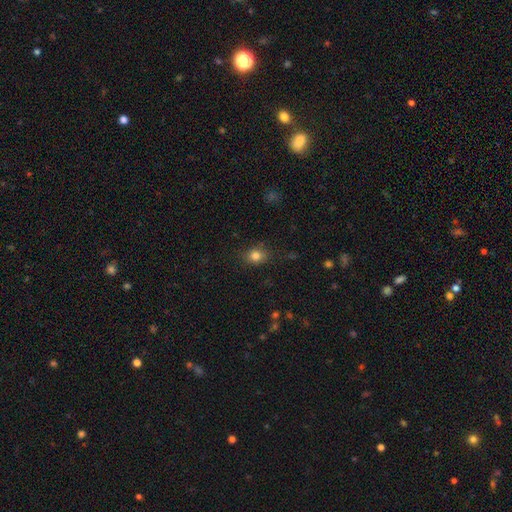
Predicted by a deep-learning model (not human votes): smooth 81%, star or artifact 12%, featured or disk 7%. Down the decision tree: how rounded — in between (50%); merging — none (81%).